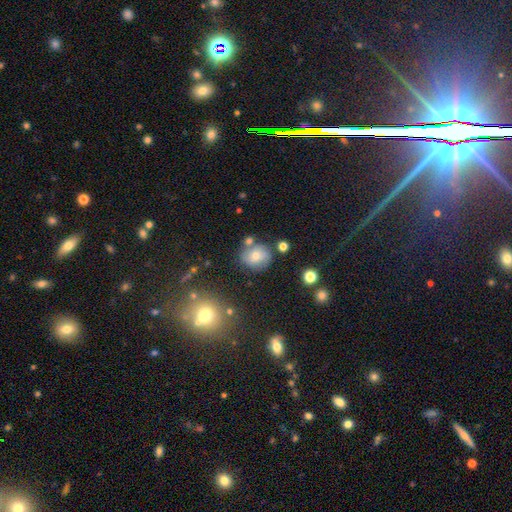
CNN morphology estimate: The model was most divided on "smooth or featured": smooth: 64%, featured or disk: 23%, star or artifact: 13%. More confident: how rounded — round (76%); merging — none (68%).